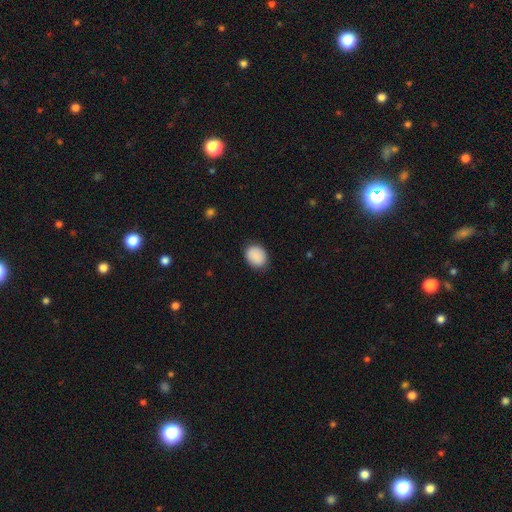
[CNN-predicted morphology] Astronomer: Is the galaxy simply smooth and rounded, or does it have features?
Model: smooth — 89%.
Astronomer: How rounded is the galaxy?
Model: round — 55% (runner-up: in between, 44%).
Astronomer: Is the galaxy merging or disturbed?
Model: none — 86%.